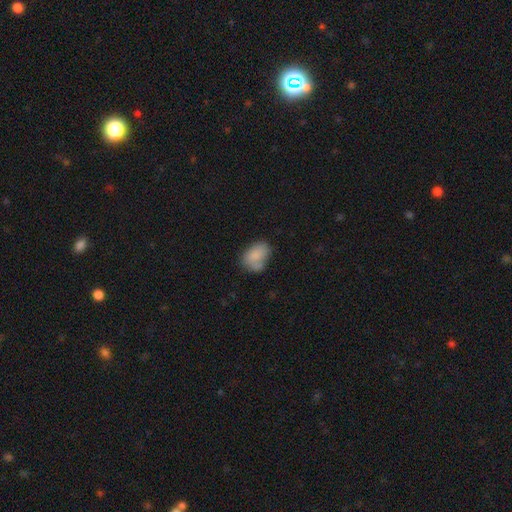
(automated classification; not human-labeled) Morphology: type=smooth (80%); roundness=in between (79%); merging=none (50%).